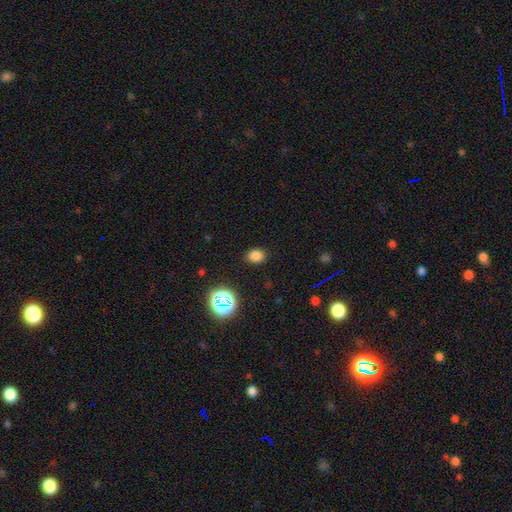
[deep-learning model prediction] This appears to be a smooth galaxy with no disk features (79%) that is in between round and cigar-shaped (54%). Merging: none (87%).